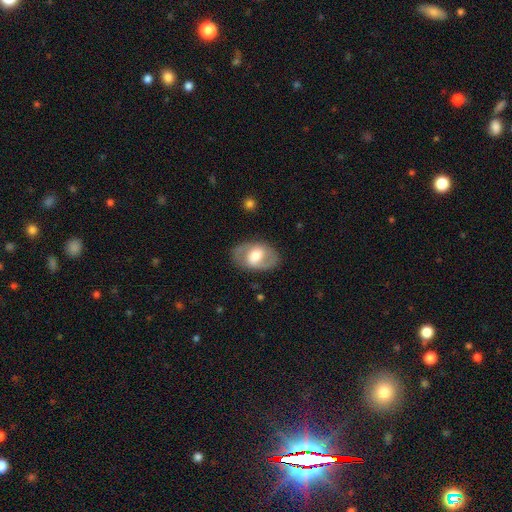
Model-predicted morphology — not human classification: This appears to be a featured or disk galaxy (53%). Merging: none (80%).